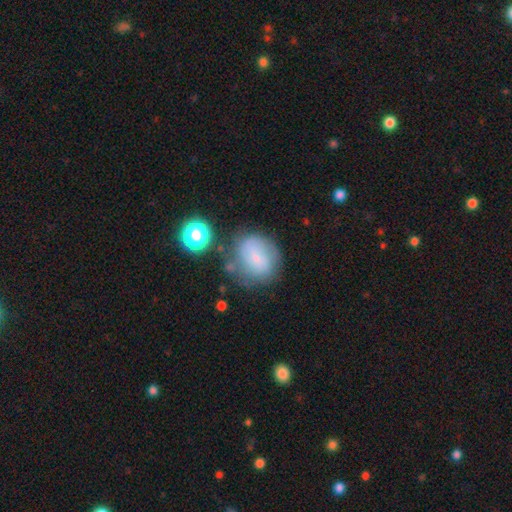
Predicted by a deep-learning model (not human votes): A smooth galaxy with no disk features (53%) that is round (66%).

Vote fractions:
- Smooth or featured? smooth: 53% / featured or disk: 35% / star or artifact: 12%
- How rounded? round: 66% / in between: 33% / cigar-shaped: 1%
- Merging? none: 62% / minor disturbance: 21% / major disturbance: 9% / merger: 7%